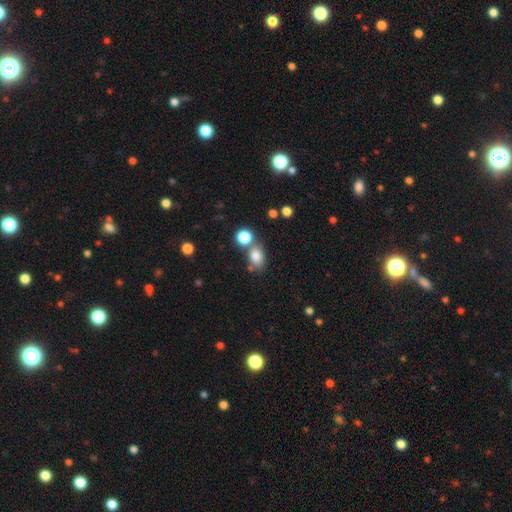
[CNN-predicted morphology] The model was most divided on "merging": none: 58%, merger: 25%, minor disturbance: 12%, major disturbance: 4%. More confident: smooth or featured — smooth (81%); how rounded — in between (68%).